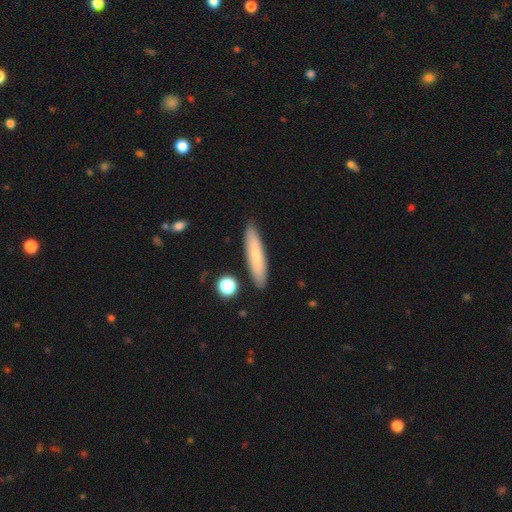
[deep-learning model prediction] smooth 73%, featured or disk 21%, star or artifact 7%. Down the decision tree: how rounded — cigar-shaped (85%); merging — none (89%).